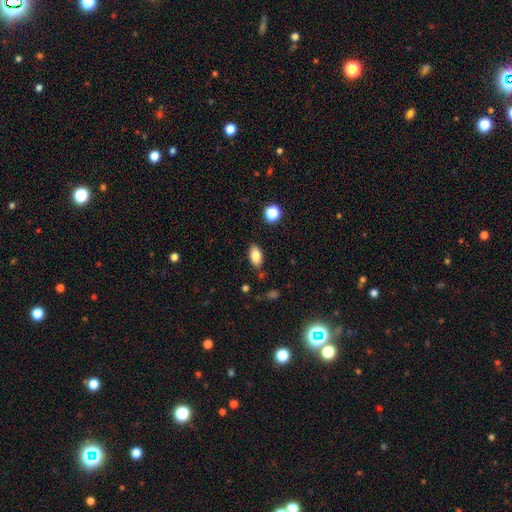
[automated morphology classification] Smooth or featured: smooth — 83% (featured or disk — 9%)
How rounded: in between — 91% (round — 6%)
Merging: none — 83% (minor disturbance — 11%)